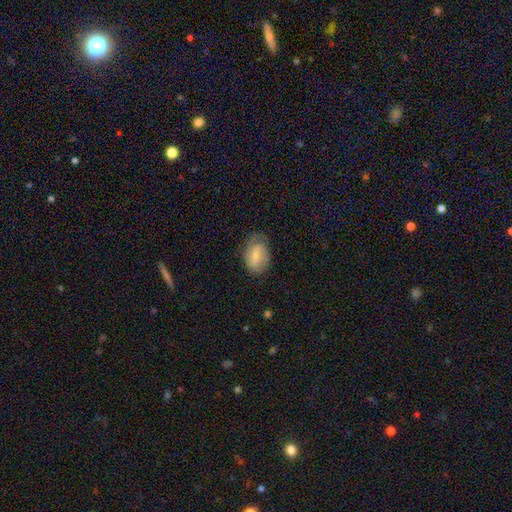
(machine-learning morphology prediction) The model was most divided on "merging": none: 61%, minor disturbance: 29%, major disturbance: 9%, merger: 1%. More confident: how rounded — in between (85%); smooth or featured — smooth (71%).